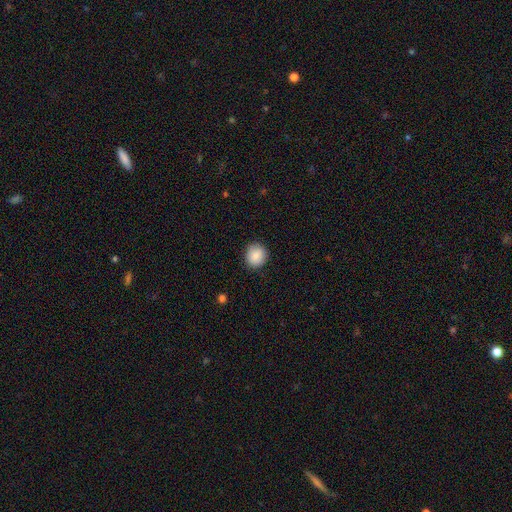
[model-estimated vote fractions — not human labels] The model was most divided on "how rounded": round: 89%, in between: 11%, cigar-shaped: 1%. More confident: merging — none (89%); smooth or featured — smooth (87%).